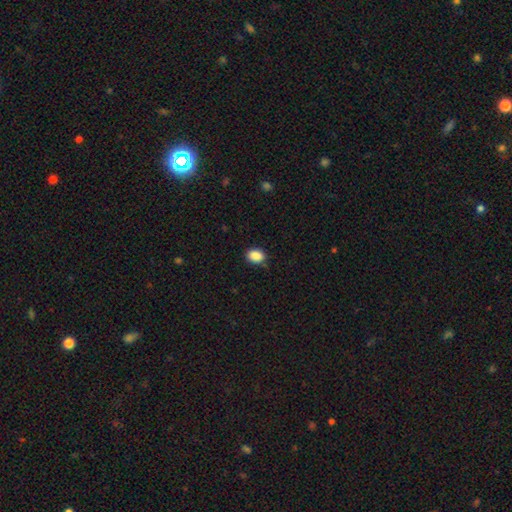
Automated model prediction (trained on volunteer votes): smooth-or-featured: smooth: 89% | star or artifact: 9% | featured or disk: 3%
  how-rounded: in between: 71% | round: 28% | cigar-shaped: 1%
  merging: none: 84% | minor disturbance: 12% | major disturbance: 2% | merger: 1%